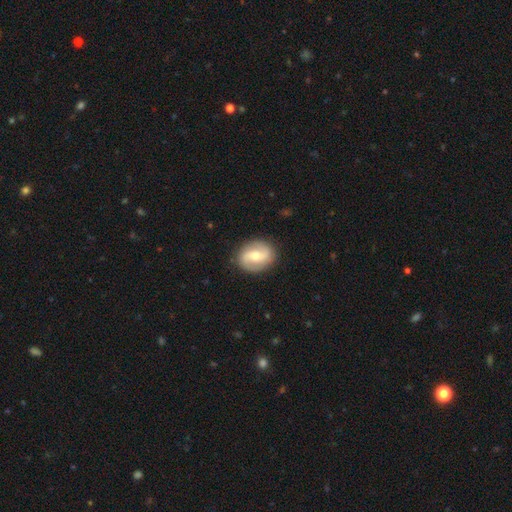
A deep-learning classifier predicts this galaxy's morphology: Smooth or featured?
  - featured or disk: 73% *
  - smooth: 22%
  - star or artifact: 5%
Edge-on disk?
  - no: 97% *
  - yes: 3%
Bar?
  - weak: 43% *
  - no: 29%
  - strong: 28%
Spiral arms?
  - yes: 89% *
  - no: 11%
Spiral winding?
  - medium: 41% *
  - loose: 37%
  - tight: 21%
Spiral arm count?
  - 2: 91% *
  - can't tell: 4%
  - 1: 2%
  - 3: 1%
  - 4: 1%
  - more than 4: 1%
Bulge size?
  - moderate: 63% *
  - small: 32%
  - large: 3%
  - none: 1%
  - dominant: 1%
Merging?
  - none: 87% *
  - minor disturbance: 9%
  - major disturbance: 3%
  - merger: 1%